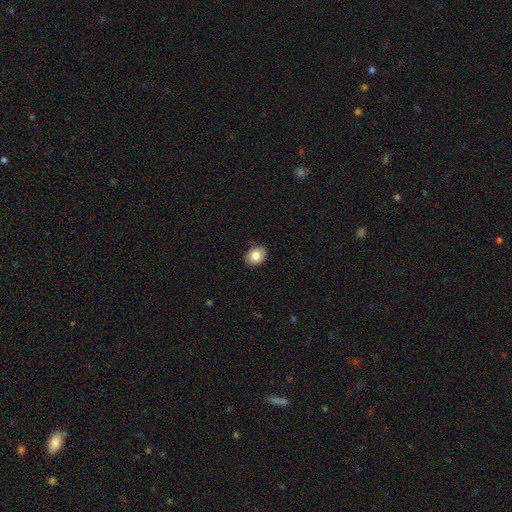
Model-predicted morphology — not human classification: Overall: smooth (83%). How rounded: in between (53%; round 46%). Merging: none (85%).